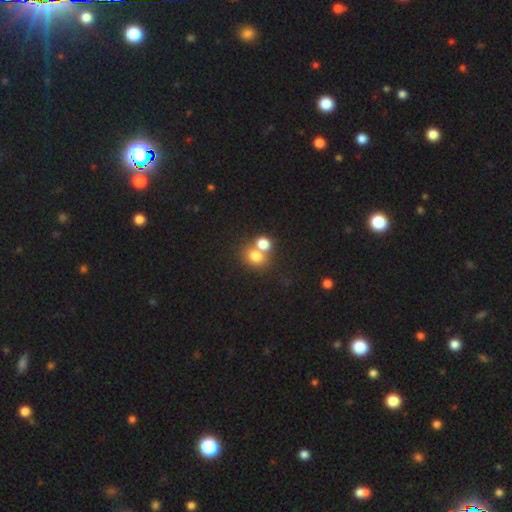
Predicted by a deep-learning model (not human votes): Smooth or featured? smooth (75%)
How rounded? round (65%)
Merging? merger (50%)